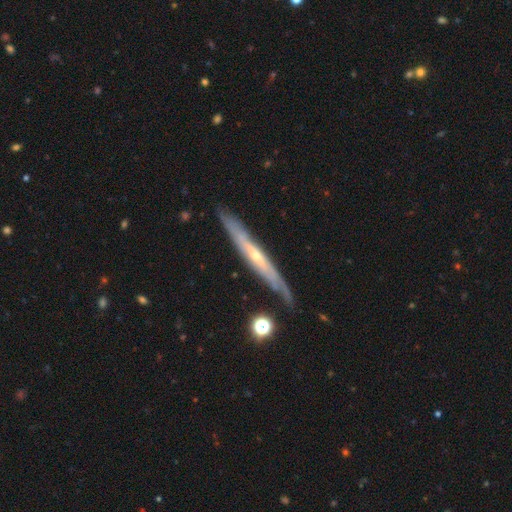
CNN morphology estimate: Smooth or featured? featured or disk (74%)
Edge-on disk? yes (81%)
Edge-on bulge? rounded (55%)
Merging? none (80%)